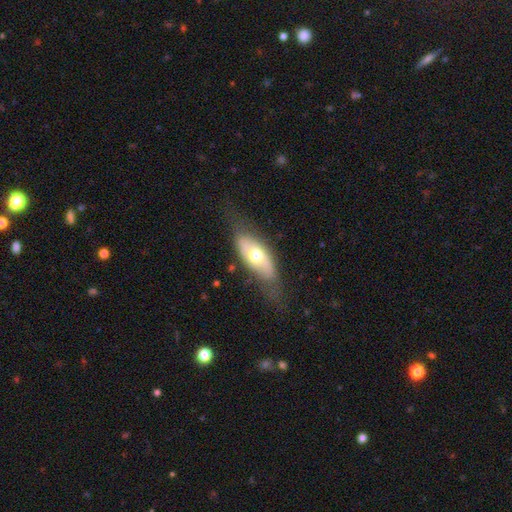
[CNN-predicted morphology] Smooth or featured?
  - smooth: 48% *
  - featured or disk: 45%
  - star or artifact: 6%
Merging?
  - none: 62% *
  - minor disturbance: 24%
  - major disturbance: 12%
  - merger: 2%